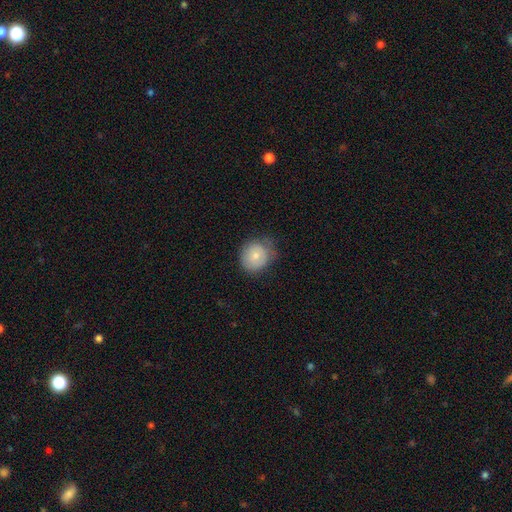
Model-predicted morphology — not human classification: Smooth or featured?
  - smooth: 74% *
  - featured or disk: 18%
  - star or artifact: 8%
How rounded?
  - round: 80% *
  - in between: 19%
  - cigar-shaped: 1%
Merging?
  - none: 64% *
  - minor disturbance: 27%
  - major disturbance: 8%
  - merger: 1%